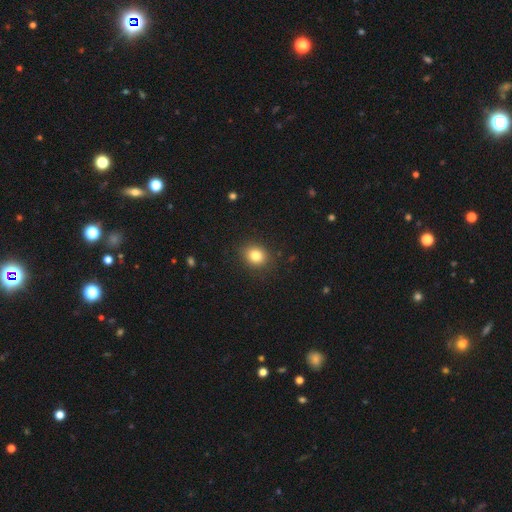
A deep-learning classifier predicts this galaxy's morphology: The model was most divided on "how rounded": round: 63%, in between: 36%, cigar-shaped: 1%. More confident: merging — none (87%); smooth or featured — smooth (82%).